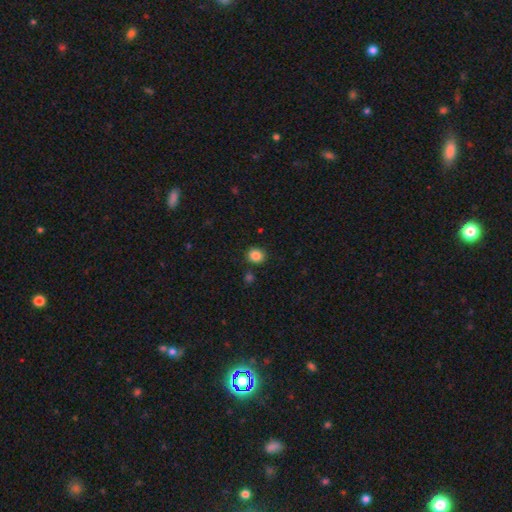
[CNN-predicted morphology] smooth_or_featured: smooth (p=0.86) [alt: star or artifact p=0.10]
how_rounded: round (p=0.80) [alt: in between p=0.19]
merging: none (p=0.86) [alt: minor disturbance p=0.08]